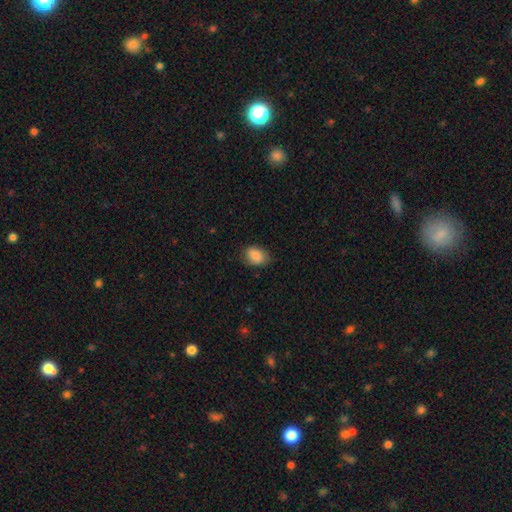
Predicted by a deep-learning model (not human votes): The model was most divided on "how rounded": in between: 71%, round: 28%, cigar-shaped: 1%. More confident: smooth or featured — smooth (87%); merging — none (75%).